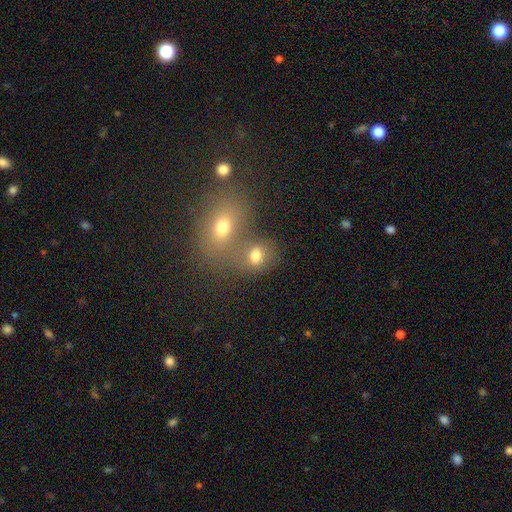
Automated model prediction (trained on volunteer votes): Morphology: type=smooth (72%); roundness=round (50%); merging=merger (46%).